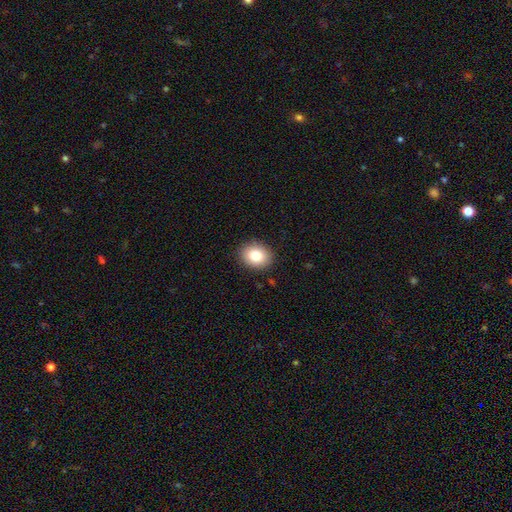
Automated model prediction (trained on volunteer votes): smooth-or-featured: smooth: 84% | star or artifact: 9% | featured or disk: 8%
  how-rounded: in between: 52% | round: 47% | cigar-shaped: 1%
  merging: none: 89% | minor disturbance: 8% | major disturbance: 2% | merger: 1%